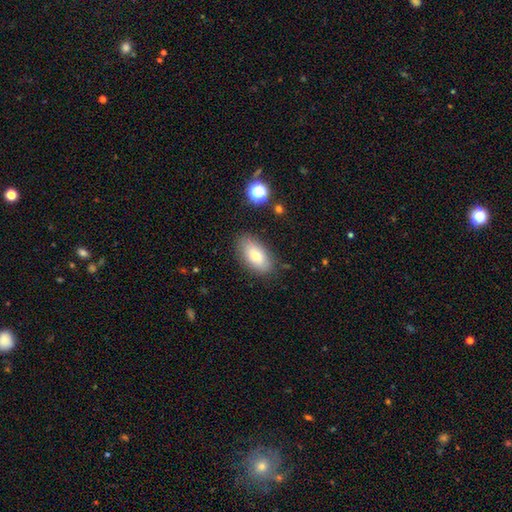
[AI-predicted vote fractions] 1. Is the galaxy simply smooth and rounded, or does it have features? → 78% smooth, 14% featured or disk, 8% star or artifact.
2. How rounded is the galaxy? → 92% in between, 4% round, 4% cigar-shaped.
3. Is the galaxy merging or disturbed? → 82% none, 12% minor disturbance, 3% major disturbance, 2% merger.